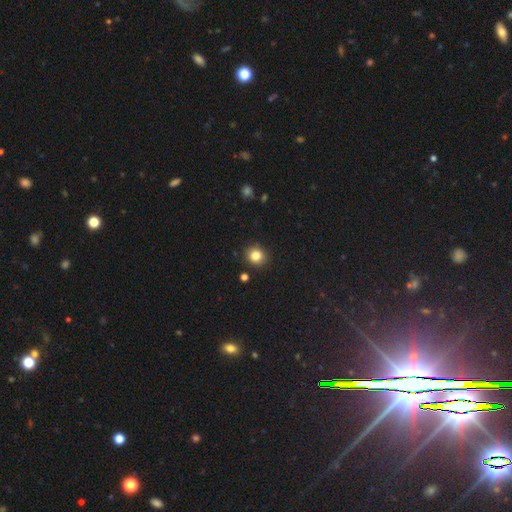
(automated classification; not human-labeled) Morphology: type=smooth (83%); roundness=round (82%); merging=none (88%).